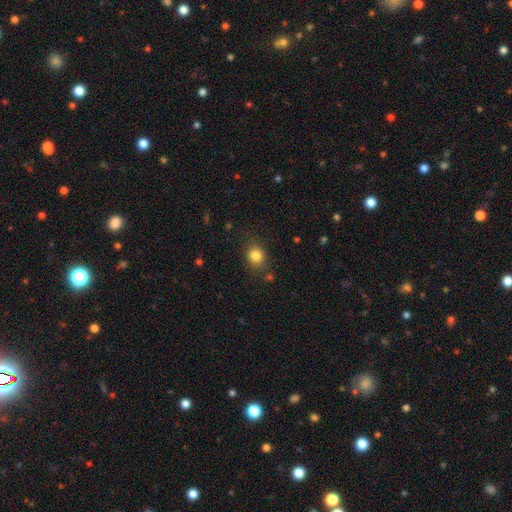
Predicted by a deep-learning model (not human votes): Overall: smooth (82%). How rounded: round (72%). Merging: none (80%).